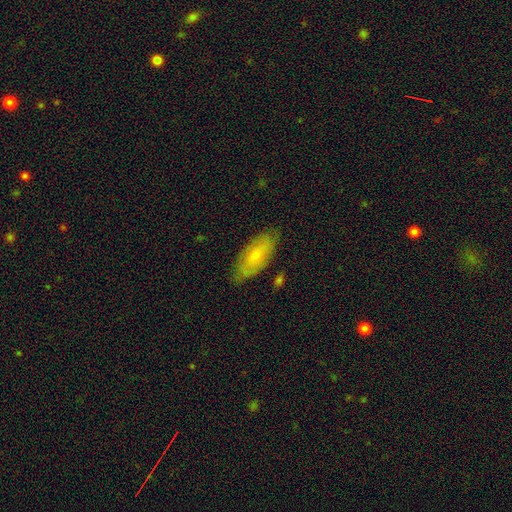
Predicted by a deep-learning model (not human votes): Morphology: type=smooth (67%); roundness=in between (82%); merging=none (77%).